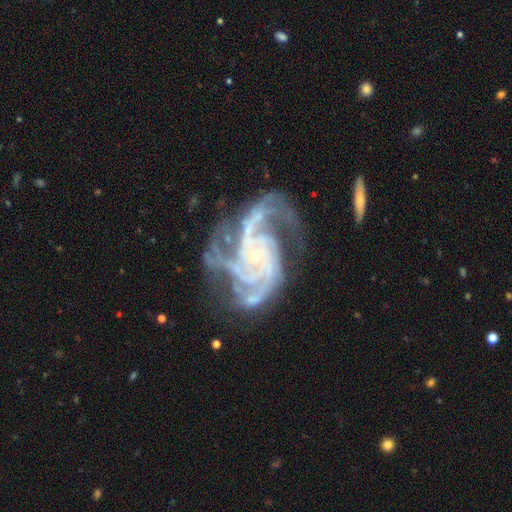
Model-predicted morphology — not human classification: smooth_or_featured: featured or disk (p=0.92) [alt: star or artifact p=0.05]
disk_edge_on: no (p=0.98) [alt: yes p=0.02]
bar: no (p=0.69) [alt: weak p=0.21]
has_spiral_arms: yes (p=0.98) [alt: no p=0.02]
spiral_winding: tight (p=0.47) [alt: medium p=0.45]
spiral_arm_count: 3 (p=0.40) [alt: 4 p=0.23]
bulge_size: small (p=0.79) [alt: moderate p=0.17]
merging: none (p=0.52) [alt: major disturbance p=0.22]